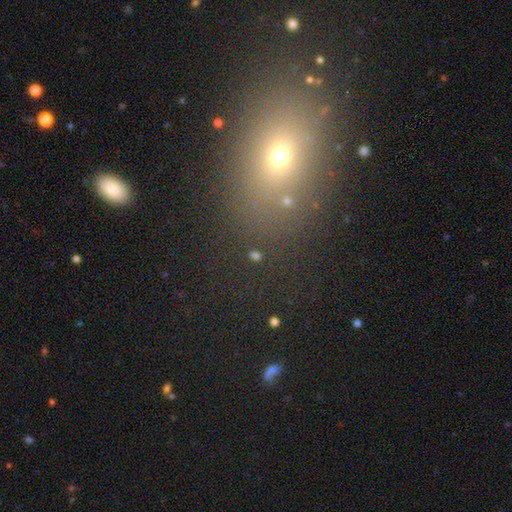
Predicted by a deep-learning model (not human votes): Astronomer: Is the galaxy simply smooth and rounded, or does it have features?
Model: smooth — 50% (runner-up: star or artifact, 39%).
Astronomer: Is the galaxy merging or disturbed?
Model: none — 79%.